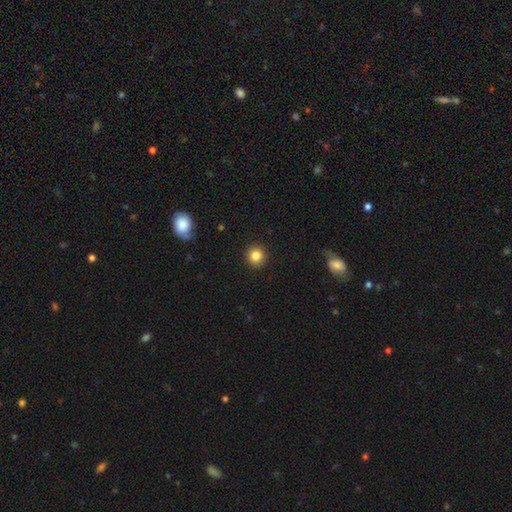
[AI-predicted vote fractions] Morphology: type=smooth (84%); roundness=round (92%); merging=none (92%).